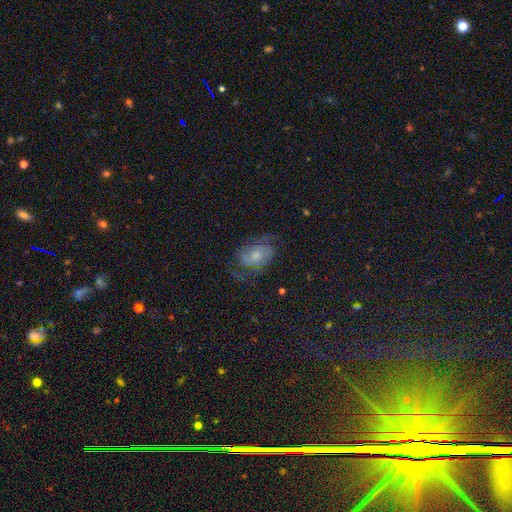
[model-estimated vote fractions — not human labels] The model was most divided on "bulge size": moderate: 53%, small: 33%, large: 8%, none: 4%, dominant: 2%. More confident: edge-on disk — no (96%); spiral arms — yes (82%); bar — no (76%); smooth or featured — featured or disk (60%); merging — none (56%).